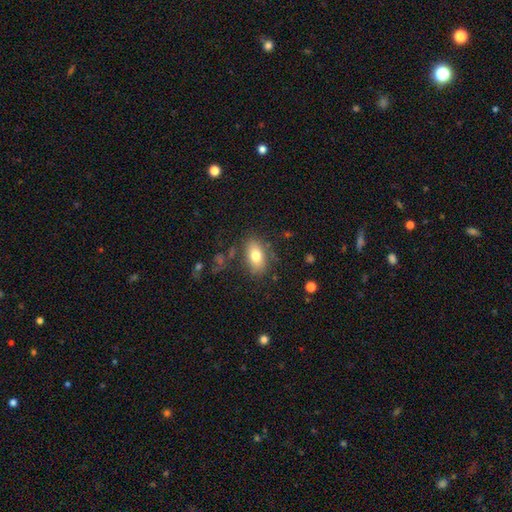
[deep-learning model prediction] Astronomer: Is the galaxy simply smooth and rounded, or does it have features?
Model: smooth — 76%.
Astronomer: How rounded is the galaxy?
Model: in between — 88%.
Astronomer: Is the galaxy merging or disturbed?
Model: none — 80%.